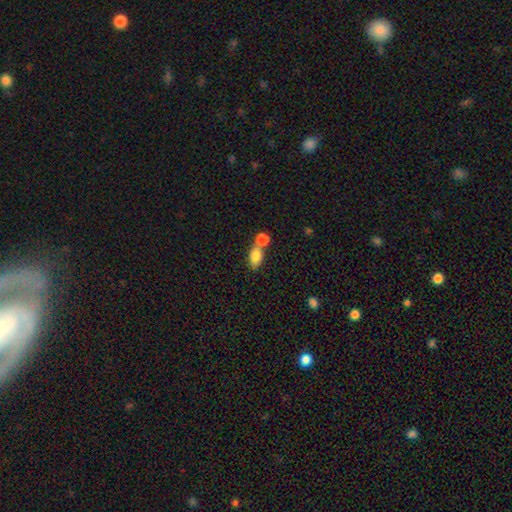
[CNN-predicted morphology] Overall: smooth (82%). How rounded: in between (79%). Merging: merger (57%; none 33%).